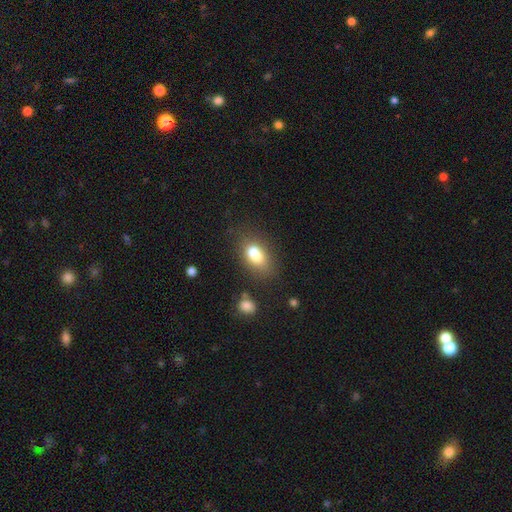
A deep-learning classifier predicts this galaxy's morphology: A smooth galaxy with no disk features (73%) that is in between round and cigar-shaped (82%). Merging: none (44%).